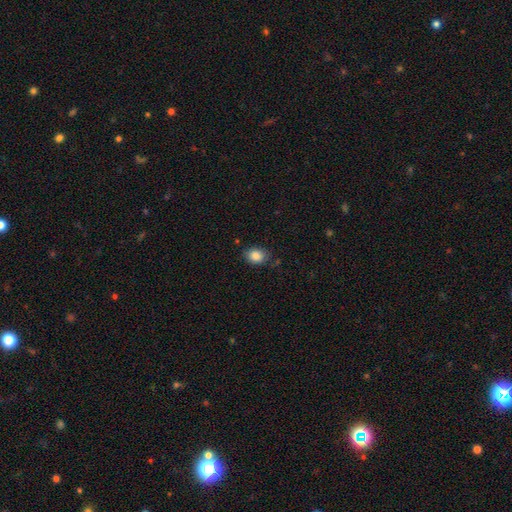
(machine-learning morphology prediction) The model was most divided on "how rounded": in between: 62%, round: 37%, cigar-shaped: 1%. More confident: smooth or featured — smooth (86%); merging — none (76%).